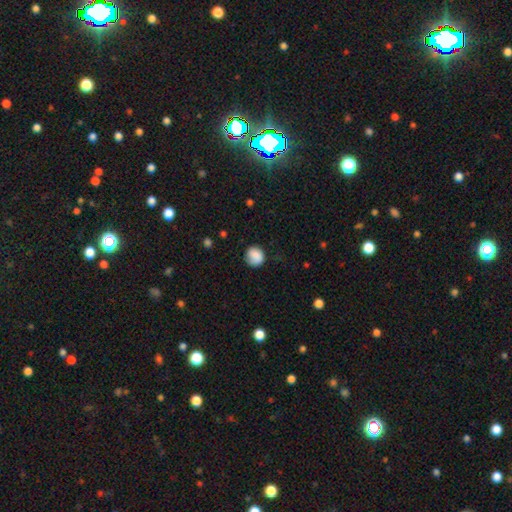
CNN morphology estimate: A smooth galaxy with no disk features (82%) that is round (82%). Merging: none (72%).